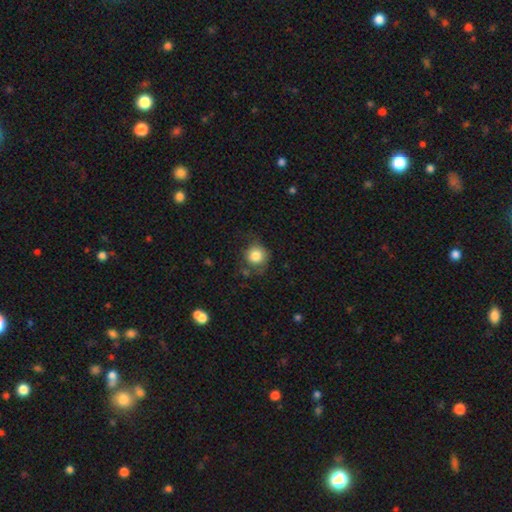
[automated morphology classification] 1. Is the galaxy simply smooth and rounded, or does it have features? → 83% smooth, 10% star or artifact, 7% featured or disk.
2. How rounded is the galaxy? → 89% round, 10% in between, 1% cigar-shaped.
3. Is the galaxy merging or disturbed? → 69% none, 21% minor disturbance, 7% major disturbance, 3% merger.